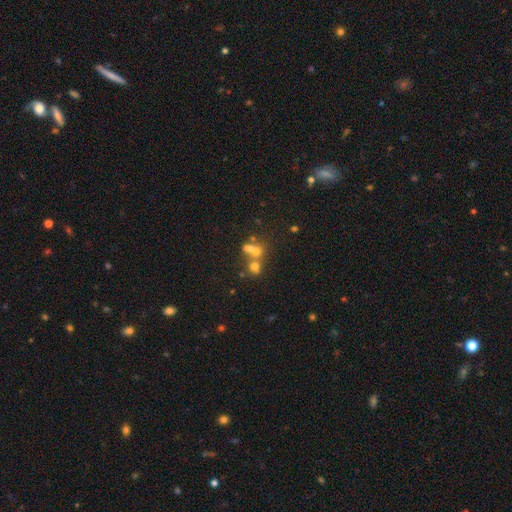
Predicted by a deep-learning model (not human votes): Smooth or featured?
  - smooth: 46% *
  - star or artifact: 32%
  - featured or disk: 22%
Merging?
  - merger: 48% *
  - none: 39%
  - minor disturbance: 7%
  - major disturbance: 6%